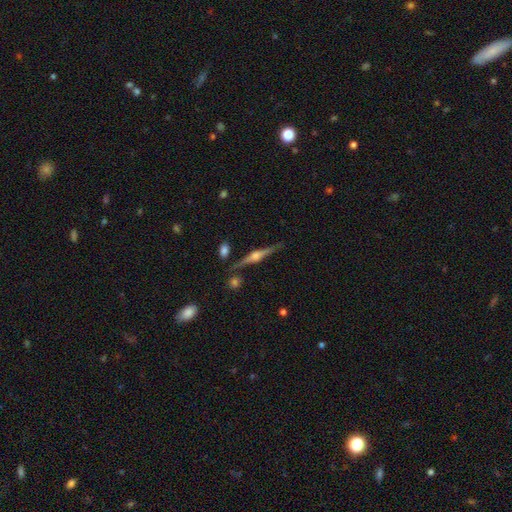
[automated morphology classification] This appears to be a featured or disk galaxy (84%) viewed edge-on (98%) with a rounded central bulge (89%). Merging: none (86%).